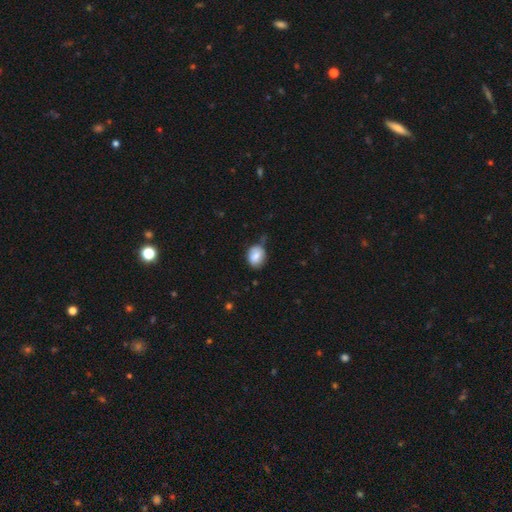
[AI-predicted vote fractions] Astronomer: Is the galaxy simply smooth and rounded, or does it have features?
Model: smooth — 80%.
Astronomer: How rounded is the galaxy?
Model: in between — 57% (runner-up: round, 42%).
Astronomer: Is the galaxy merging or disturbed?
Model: none — 63%.